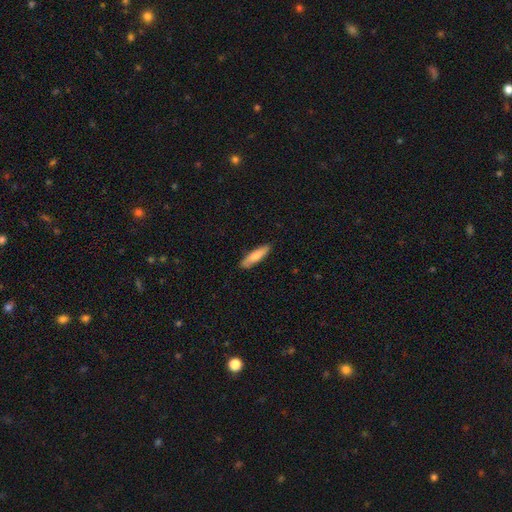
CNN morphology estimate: Overall: smooth (78%). How rounded: cigar-shaped (76%). Merging: none (86%).